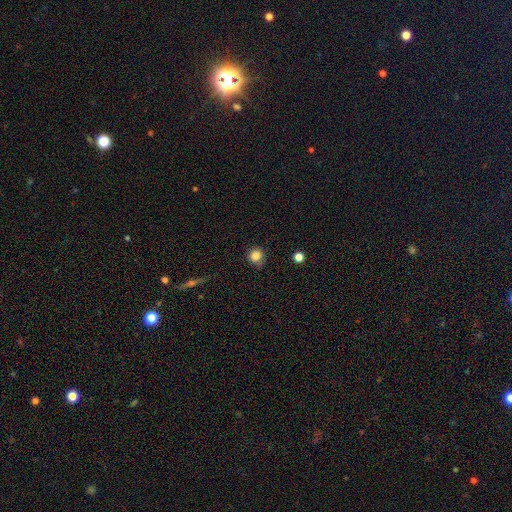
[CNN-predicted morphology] Overall: smooth (84%). How rounded: round (90%). Merging: none (81%).